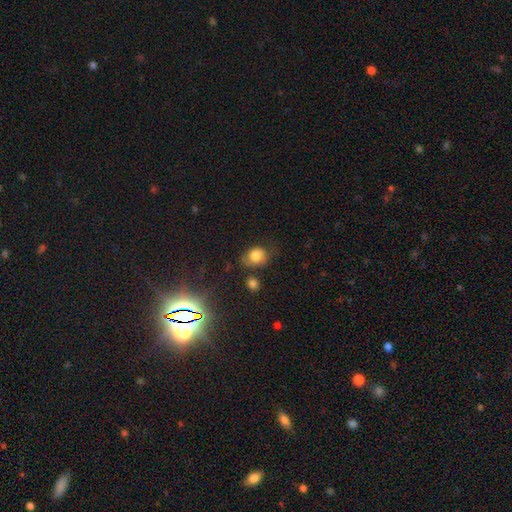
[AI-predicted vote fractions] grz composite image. It shows a smooth galaxy with no disk features (77%) that is in between round and cigar-shaped (51%). Merging: none (58%).